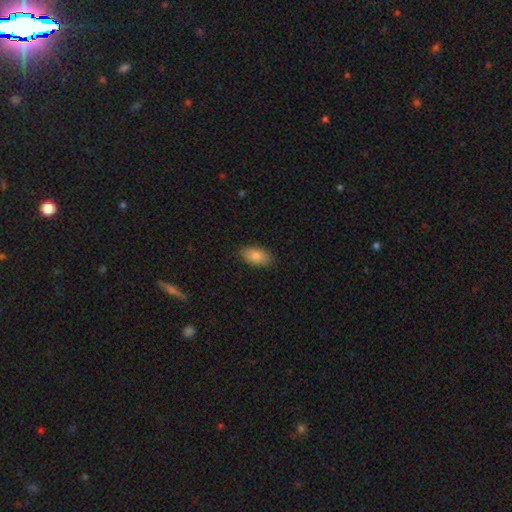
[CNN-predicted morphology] The model was most divided on "merging": none: 86%, minor disturbance: 11%, major disturbance: 2%, merger: 1%. More confident: how rounded — in between (92%); smooth or featured — smooth (86%).